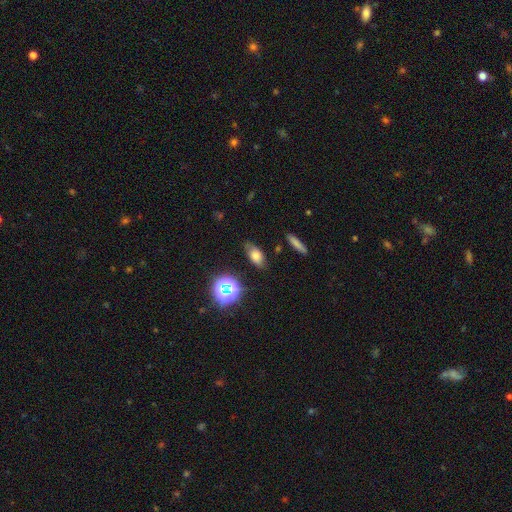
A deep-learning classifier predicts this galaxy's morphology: type=smooth (68%); roundness=in between (83%); merging=none (76%).